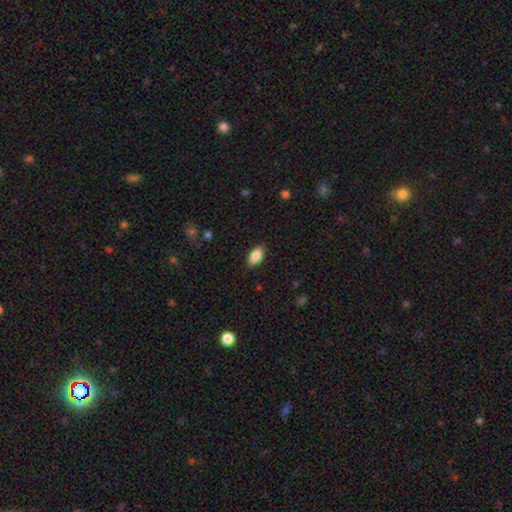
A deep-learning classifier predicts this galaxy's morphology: Smooth or featured? Predicted: smooth (p=0.85). How rounded? Predicted: in between (p=0.91). Merging? Predicted: none (p=0.86).